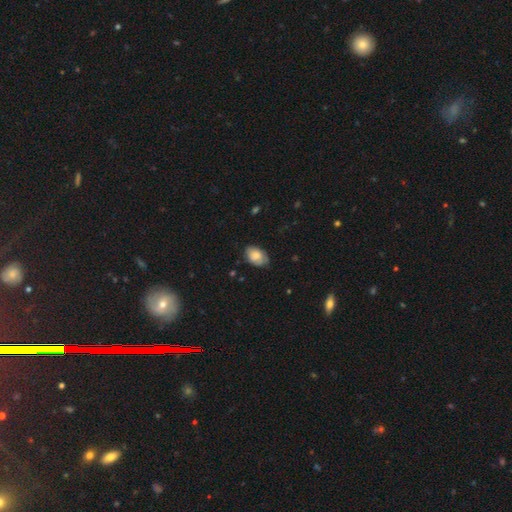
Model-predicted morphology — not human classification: Q: Smooth or featured?
A: smooth (76%); runner-up: featured or disk (17%)
Q: How rounded?
A: in between (87%); runner-up: round (12%)
Q: Merging?
A: none (69%); runner-up: minor disturbance (25%)